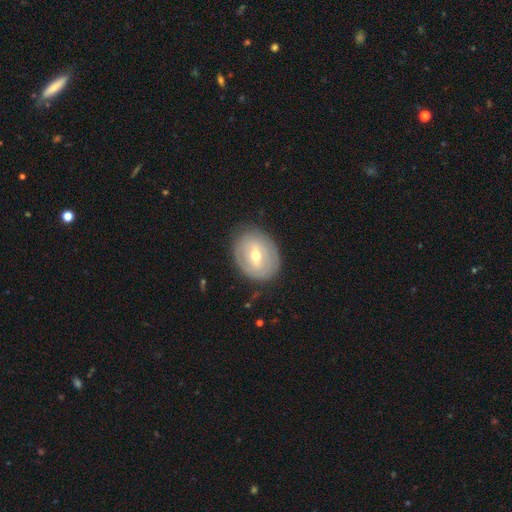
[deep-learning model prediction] This is likely a featured or disk galaxy (66%). It is clearly not viewed edge-on (94%). Bar: possibly weak (48%). Spiral arm pattern: possibly yes (56%). Central bulge: likely moderate (62%). Merging: clearly none (81%).